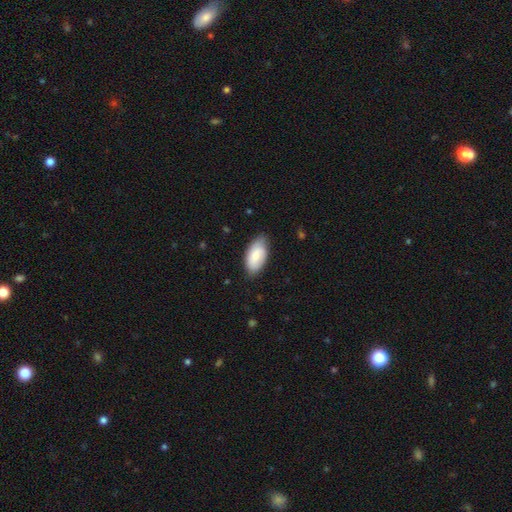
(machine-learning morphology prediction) smooth_or_featured: smooth (p=0.76) [alt: featured or disk p=0.19]
how_rounded: in between (p=0.95) [alt: cigar-shaped p=0.03]
merging: none (p=0.75) [alt: minor disturbance p=0.21]